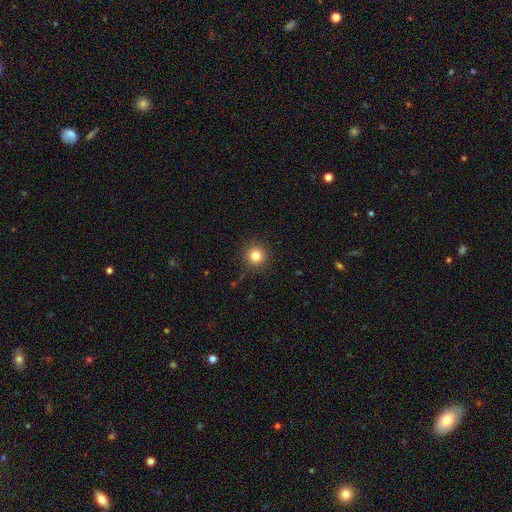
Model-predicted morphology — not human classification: Smooth or featured: smooth — 81% (star or artifact — 12%)
How rounded: round — 95% (in between — 4%)
Merging: none — 91% (minor disturbance — 6%)